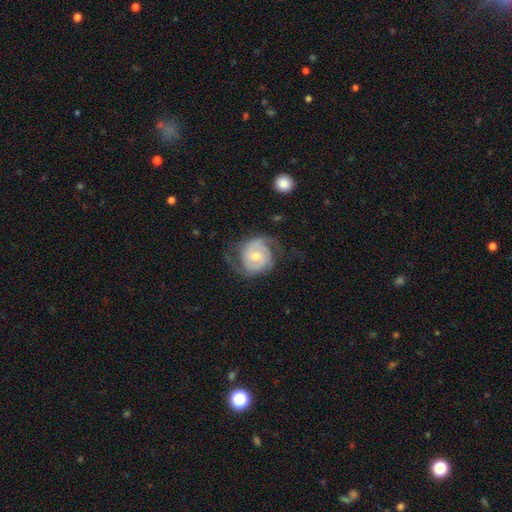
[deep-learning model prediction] A featured or disk galaxy (82%) with no bar (59%), 2 (76%) medium (41%, tied with tight) spiral arms (95%) and a moderate central bulge (55%). Merging: none (65%).